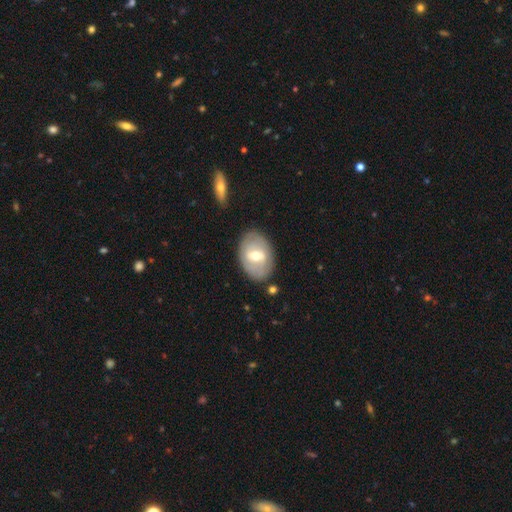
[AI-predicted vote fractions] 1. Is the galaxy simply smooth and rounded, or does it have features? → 55% featured or disk, 39% smooth, 6% star or artifact.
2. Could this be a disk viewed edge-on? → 92% no, 8% yes.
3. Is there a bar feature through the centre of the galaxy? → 53% weak, 26% no, 21% strong.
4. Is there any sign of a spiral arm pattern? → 57% no, 43% yes.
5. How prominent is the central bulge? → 71% moderate, 22% small, 6% large, 1% none, 1% dominant.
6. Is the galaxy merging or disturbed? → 79% none, 14% minor disturbance, 4% major disturbance, 3% merger.